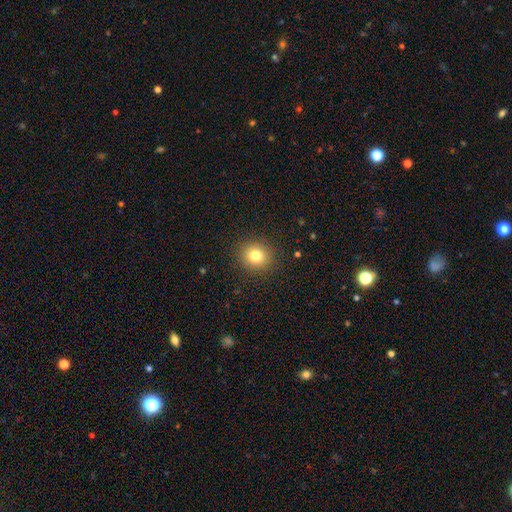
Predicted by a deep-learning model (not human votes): smooth-or-featured: smooth: 80% | star or artifact: 12% | featured or disk: 8%
  how-rounded: round: 83% | in between: 17% | cigar-shaped: 1%
  merging: none: 90% | minor disturbance: 7% | major disturbance: 3% | merger: 1%